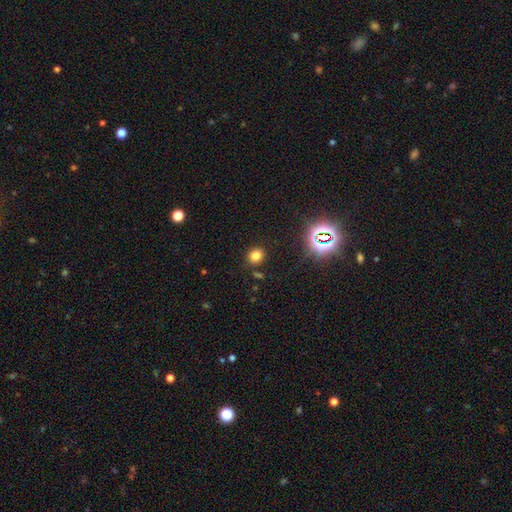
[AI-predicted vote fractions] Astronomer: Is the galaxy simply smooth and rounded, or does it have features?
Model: smooth — 75%.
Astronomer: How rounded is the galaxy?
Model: round — 76%.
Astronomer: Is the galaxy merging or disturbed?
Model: none — 85%.